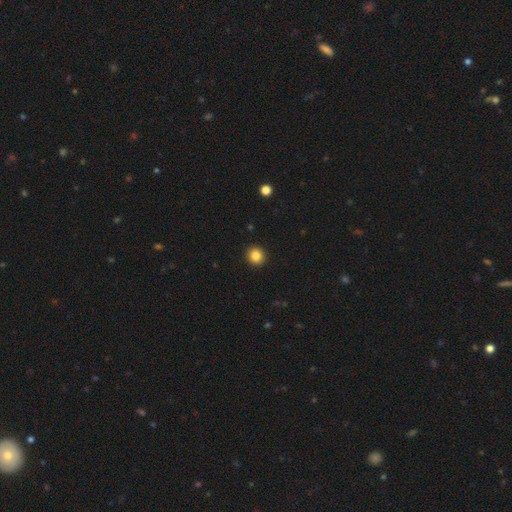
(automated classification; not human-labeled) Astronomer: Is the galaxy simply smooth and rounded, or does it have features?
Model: smooth — 85%.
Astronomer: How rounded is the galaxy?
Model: round — 88%.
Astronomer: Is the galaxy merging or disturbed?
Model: none — 93%.